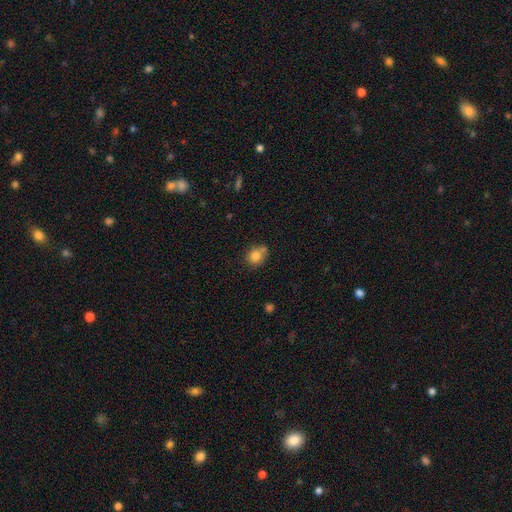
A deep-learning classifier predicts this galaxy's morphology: type=smooth (81%); roundness=round (72%); merging=none (59%).